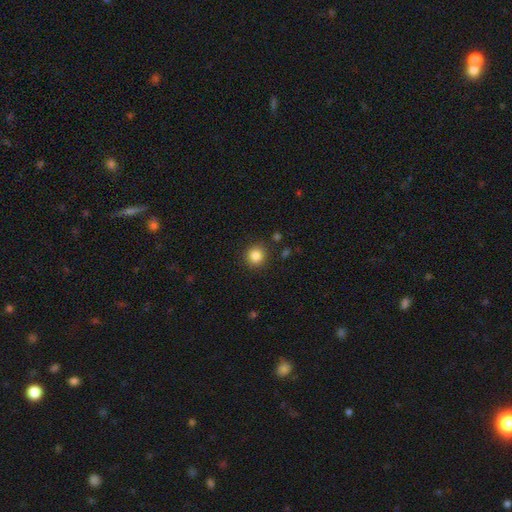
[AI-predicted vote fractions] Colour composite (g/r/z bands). It shows a smooth galaxy with no disk features (85%) that is round (91%). Merging: none (90%).